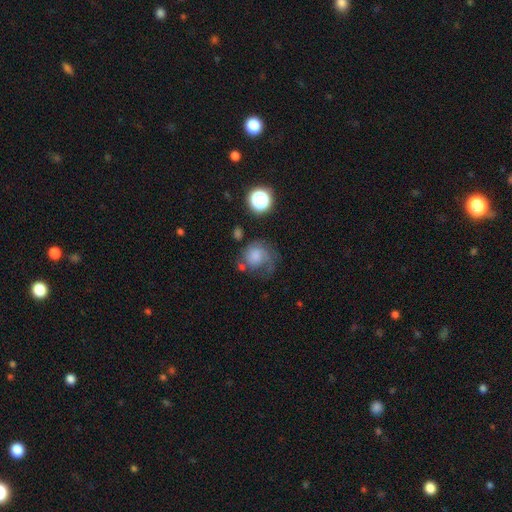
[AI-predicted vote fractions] Smooth or featured: smooth — 48% (featured or disk — 40%)
Merging: none — 43% (major disturbance — 28%)